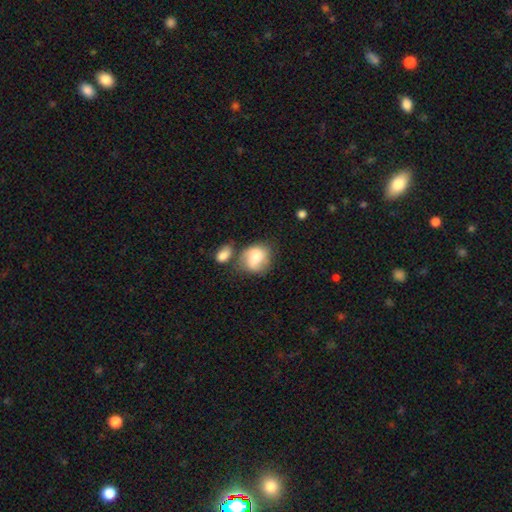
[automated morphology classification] A smooth galaxy with no disk features (71%) that is in between round and cigar-shaped (52%).

Vote fractions:
- Smooth or featured? smooth: 71% / featured or disk: 22% / star or artifact: 8%
- How rounded? in between: 52% / round: 46% / cigar-shaped: 1%
- Merging? none: 33% / merger: 29% / minor disturbance: 23% / major disturbance: 14%